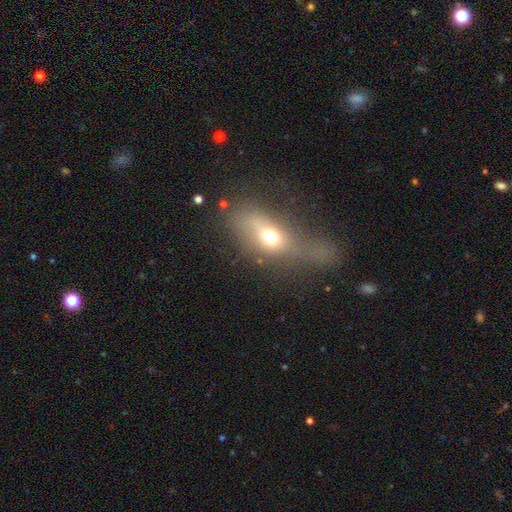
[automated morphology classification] smooth_or_featured: smooth (p=0.44) [alt: featured or disk p=0.41]
merging: major disturbance (p=0.32) [alt: none p=0.31]